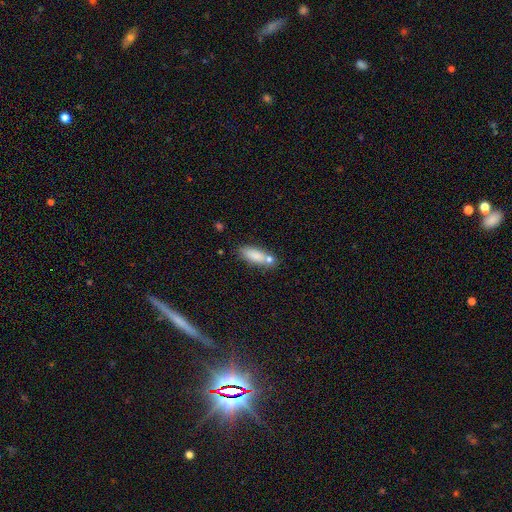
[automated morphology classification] smooth_or_featured: smooth (p=0.83) [alt: featured or disk p=0.10]
how_rounded: in between (p=0.66) [alt: cigar-shaped p=0.31]
merging: none (p=0.61) [alt: merger p=0.19]